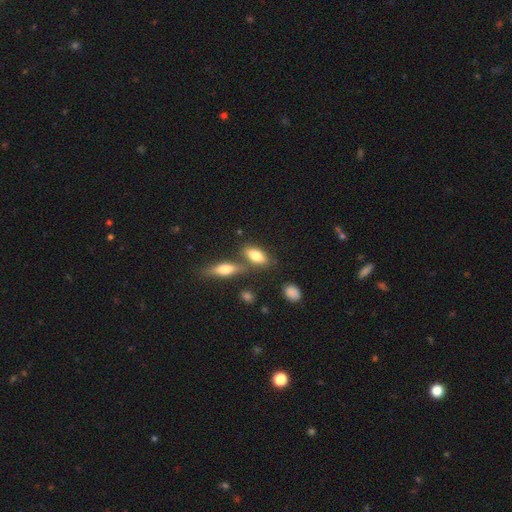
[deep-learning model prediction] A smooth galaxy with no disk features (78%) that is in between round and cigar-shaped (84%). Merging: none (60%).